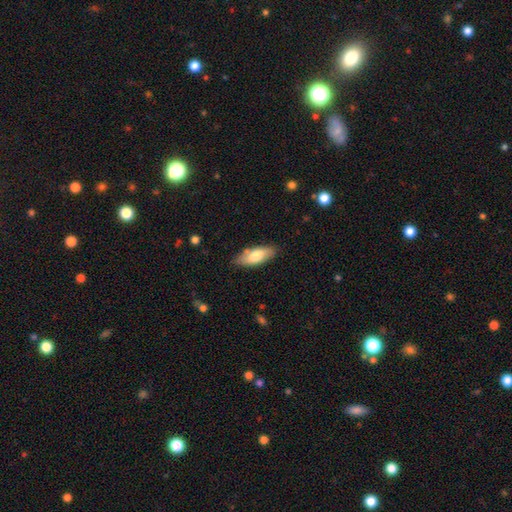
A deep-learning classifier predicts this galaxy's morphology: smooth-or-featured: smooth: 75% | featured or disk: 19% | star or artifact: 6%
  how-rounded: in between: 77% | cigar-shaped: 21% | round: 2%
  merging: none: 79% | minor disturbance: 15% | merger: 3% | major disturbance: 3%